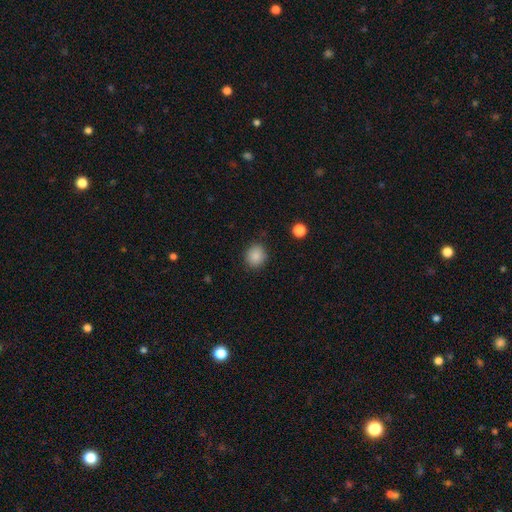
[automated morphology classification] Smooth or featured: smooth — 87% (star or artifact — 9%)
How rounded: round — 75% (in between — 24%)
Merging: none — 86% (minor disturbance — 10%)